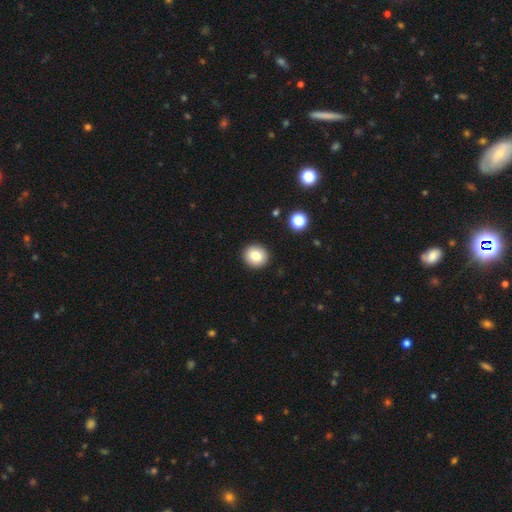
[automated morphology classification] Smooth or featured? smooth (82%)
How rounded? round (89%)
Merging? none (92%)